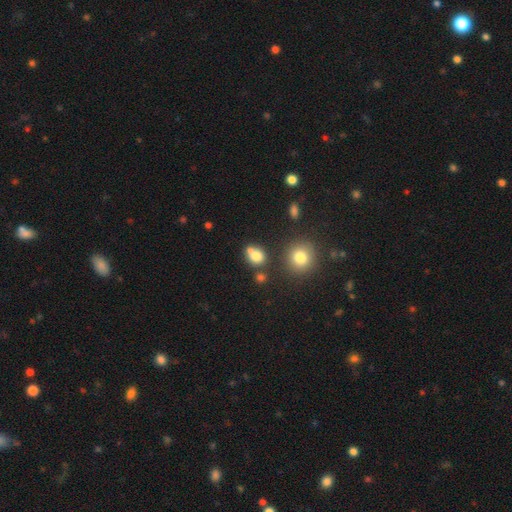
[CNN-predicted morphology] Smooth or featured? Predicted: smooth (p=0.77). How rounded? Predicted: round (p=0.66). Merging? Predicted: none (p=0.53).